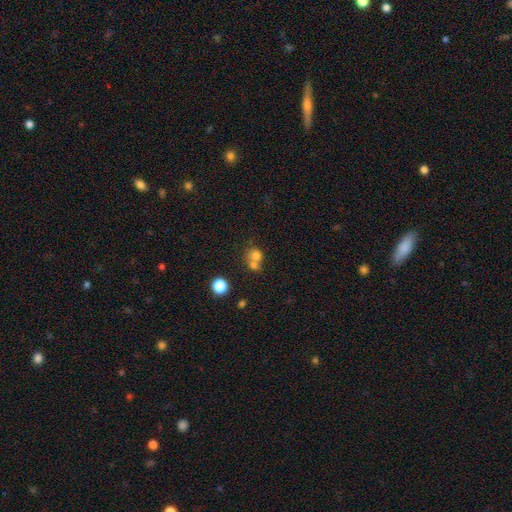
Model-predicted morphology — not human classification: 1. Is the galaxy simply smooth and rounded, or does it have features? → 73% smooth, 14% featured or disk, 13% star or artifact.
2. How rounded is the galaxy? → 76% round, 23% in between, 1% cigar-shaped.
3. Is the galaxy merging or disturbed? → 55% merger, 34% none, 7% minor disturbance, 4% major disturbance.